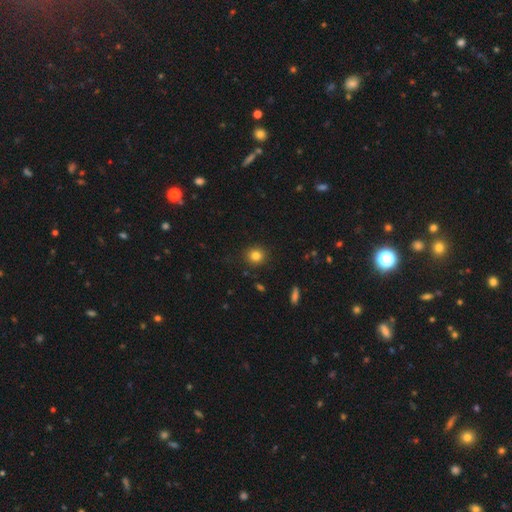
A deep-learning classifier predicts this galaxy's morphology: type=smooth (82%); roundness=round (86%); merging=none (90%).